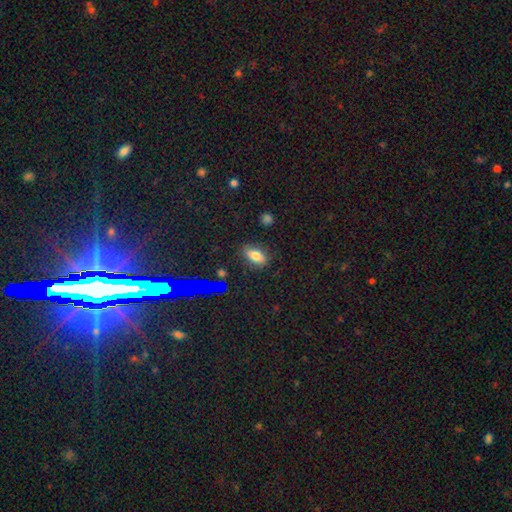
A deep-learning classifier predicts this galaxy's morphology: Q: Smooth or featured?
A: smooth (74%); runner-up: star or artifact (16%)
Q: How rounded?
A: in between (86%); runner-up: round (8%)
Q: Merging?
A: none (83%); runner-up: minor disturbance (12%)